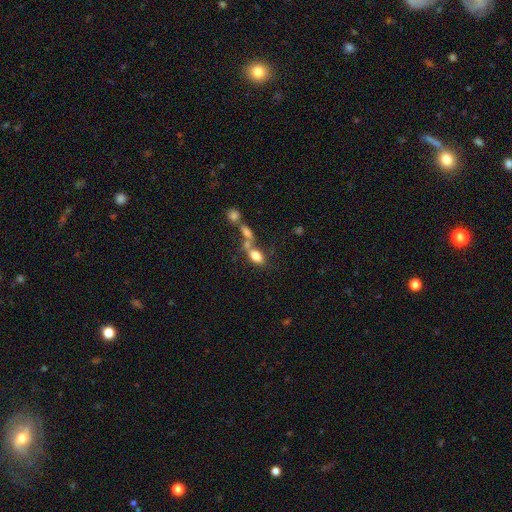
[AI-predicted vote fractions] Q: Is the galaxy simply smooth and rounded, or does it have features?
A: smooth — 75%.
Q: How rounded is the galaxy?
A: in between — 84%.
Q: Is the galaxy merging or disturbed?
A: merger — 44%.